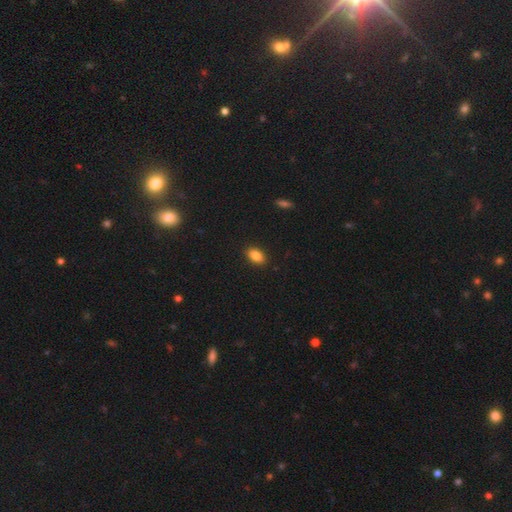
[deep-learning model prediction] Smooth or featured: smooth — 86% (star or artifact — 9%)
How rounded: in between — 87% (round — 10%)
Merging: none — 89% (minor disturbance — 8%)